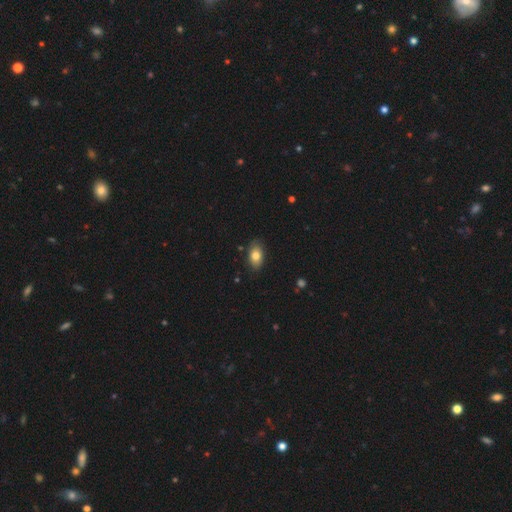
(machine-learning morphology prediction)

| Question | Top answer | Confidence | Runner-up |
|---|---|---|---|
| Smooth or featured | smooth | 79% | featured or disk (14%) |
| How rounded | in between | 90% | round (7%) |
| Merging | none | 83% | minor disturbance (13%) |